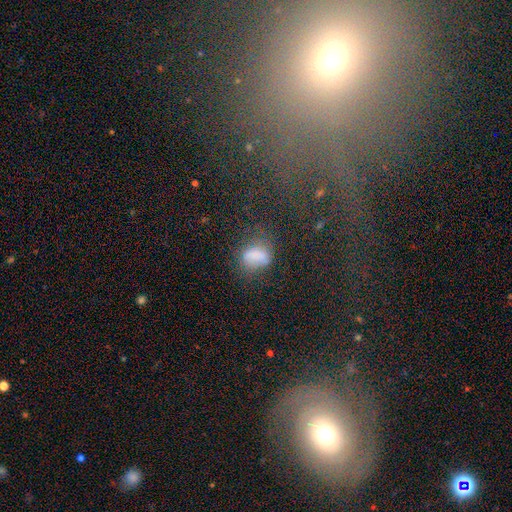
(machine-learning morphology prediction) A smooth galaxy with no disk features (70%) that is in between round and cigar-shaped (71%).

Vote fractions:
- Smooth or featured? smooth: 70% / star or artifact: 16% / featured or disk: 14%
- How rounded? in between: 71% / round: 26% / cigar-shaped: 3%
- Merging? none: 43% / minor disturbance: 27% / major disturbance: 24% / merger: 6%